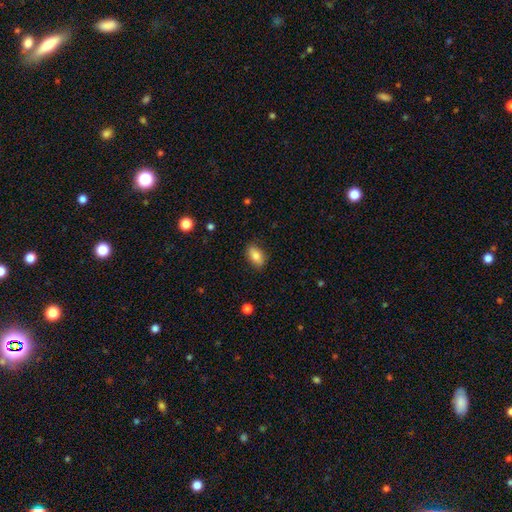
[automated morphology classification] Smooth or featured?
  - smooth: 83% *
  - featured or disk: 10%
  - star or artifact: 7%
How rounded?
  - in between: 89% *
  - round: 6%
  - cigar-shaped: 5%
Merging?
  - none: 85% *
  - minor disturbance: 11%
  - major disturbance: 2%
  - merger: 1%